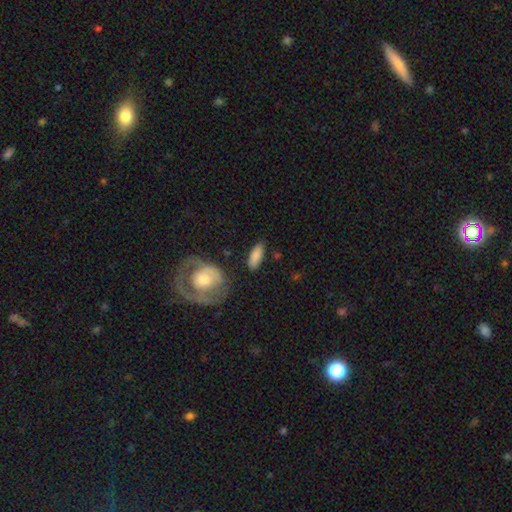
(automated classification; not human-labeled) Smooth or featured? smooth (84%)
How rounded? in between (74%)
Merging? none (78%)